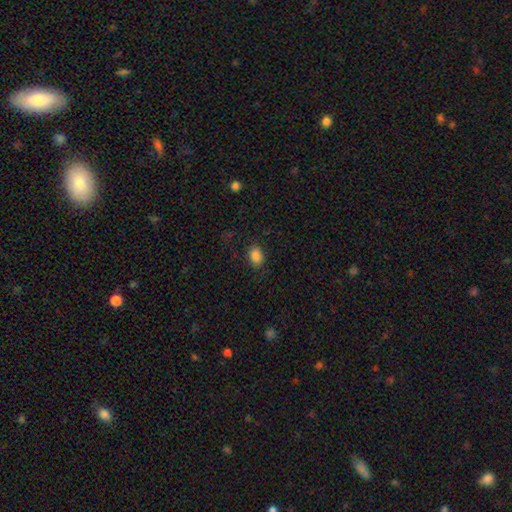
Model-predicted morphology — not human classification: Smooth or featured?
  - smooth: 86% *
  - star or artifact: 10%
  - featured or disk: 4%
How rounded?
  - in between: 70% *
  - round: 29%
  - cigar-shaped: 1%
Merging?
  - none: 82% *
  - minor disturbance: 12%
  - major disturbance: 4%
  - merger: 1%